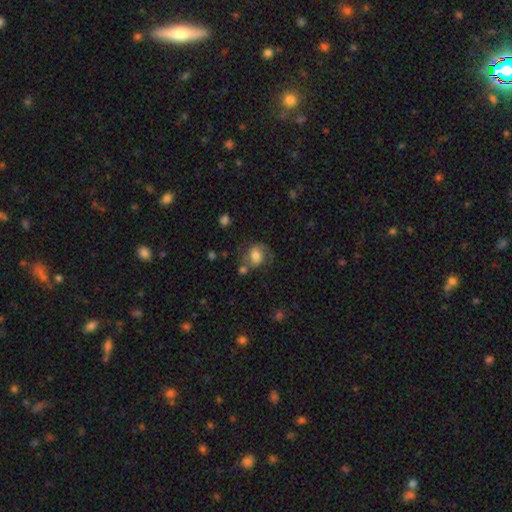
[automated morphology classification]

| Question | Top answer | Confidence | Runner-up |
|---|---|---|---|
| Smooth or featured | smooth | 52% | featured or disk (38%) |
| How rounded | round | 54% | in between (44%) |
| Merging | none | 54% | minor disturbance (22%) |